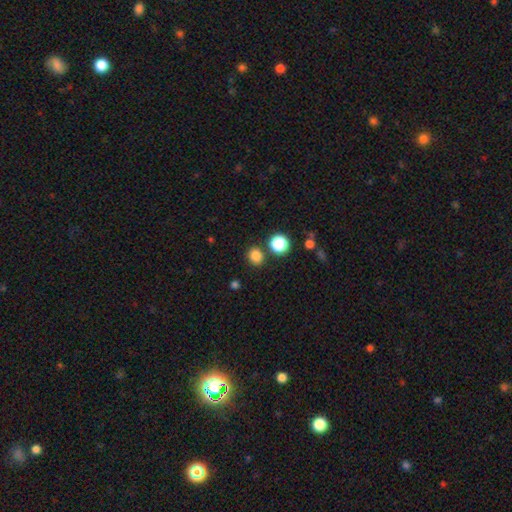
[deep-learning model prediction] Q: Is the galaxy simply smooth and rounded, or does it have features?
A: smooth — 82%.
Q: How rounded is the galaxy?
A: round — 82%.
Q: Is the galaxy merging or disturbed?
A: none — 83%.